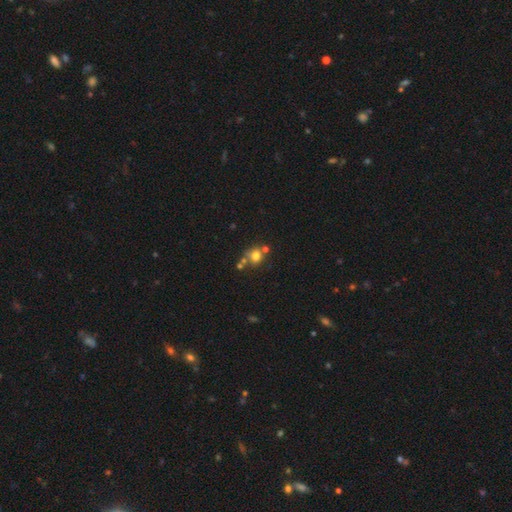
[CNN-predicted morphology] The model was most divided on "merging": none: 56%, merger: 28%, minor disturbance: 11%, major disturbance: 5%. More confident: how rounded — round (82%); smooth or featured — smooth (72%).